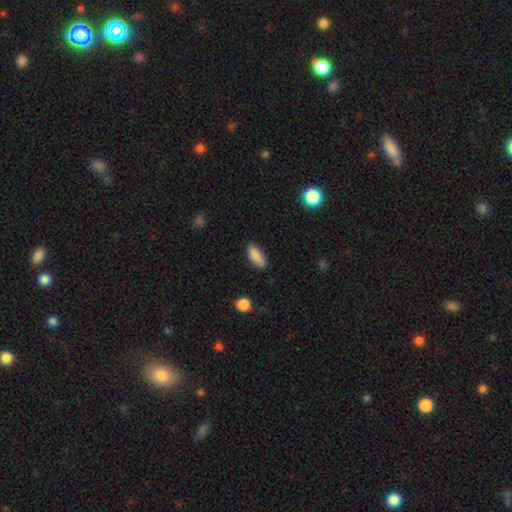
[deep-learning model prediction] Smooth or featured?
  - smooth: 88% *
  - star or artifact: 7%
  - featured or disk: 5%
How rounded?
  - in between: 75% *
  - cigar-shaped: 23%
  - round: 2%
Merging?
  - none: 84% *
  - minor disturbance: 12%
  - major disturbance: 2%
  - merger: 1%